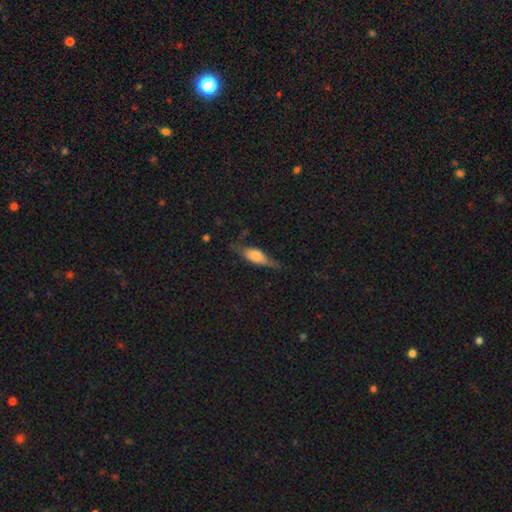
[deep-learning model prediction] Smooth or featured: smooth — 58% (featured or disk — 35%)
How rounded: in between — 57% (cigar-shaped — 40%)
Merging: none — 60% (minor disturbance — 27%)